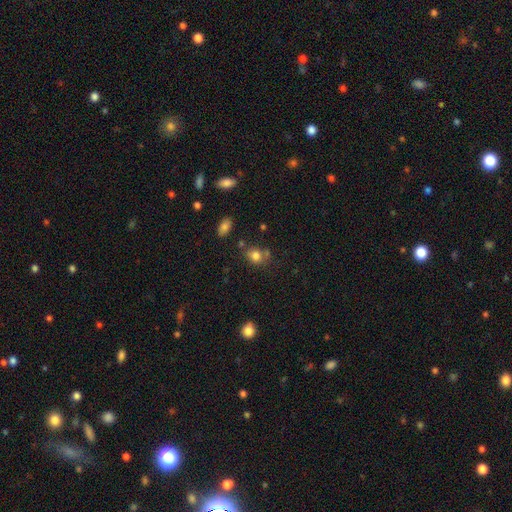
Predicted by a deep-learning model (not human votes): smooth-or-featured: smooth: 79% | star or artifact: 12% | featured or disk: 9%
  how-rounded: round: 55% | in between: 44% | cigar-shaped: 1%
  merging: none: 64% | minor disturbance: 18% | merger: 13% | major disturbance: 5%